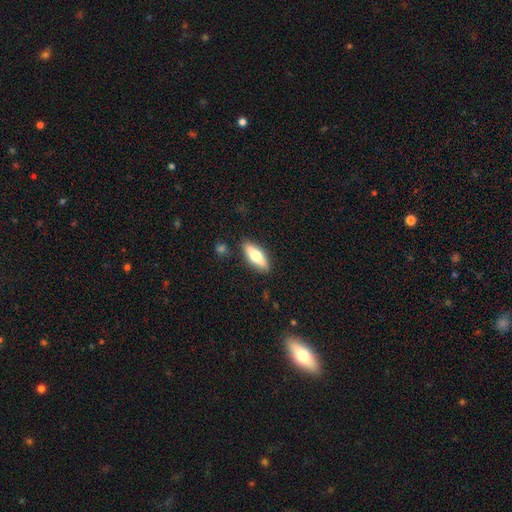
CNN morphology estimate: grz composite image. It shows a smooth galaxy with no disk features (59%) that is in between round and cigar-shaped (60%). Merging: none (86%).